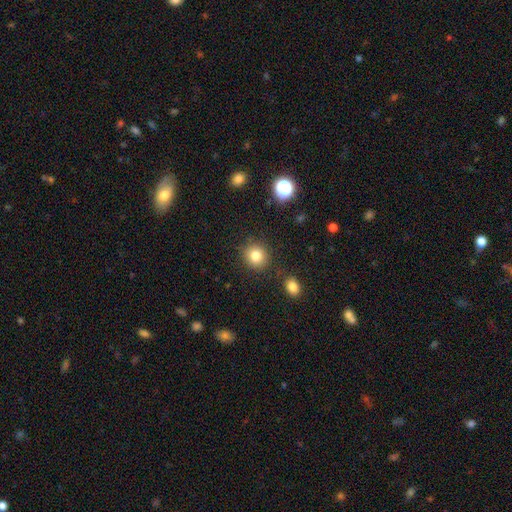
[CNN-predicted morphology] Smooth or featured? smooth (82%)
How rounded? round (87%)
Merging? none (87%)